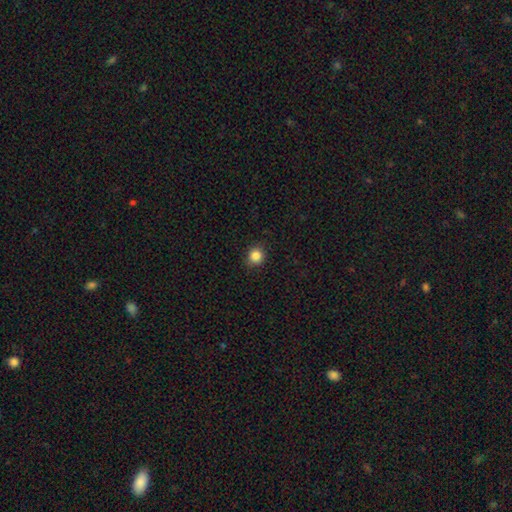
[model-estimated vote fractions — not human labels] A smooth galaxy with no disk features (85%) that is round (90%). Merging: none (89%).